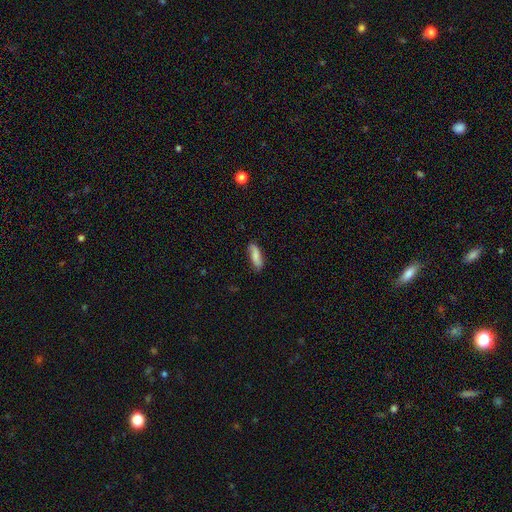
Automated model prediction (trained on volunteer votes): This appears to be a smooth galaxy with no disk features (74%) that is in between round and cigar-shaped (55%). Merging: none (77%).